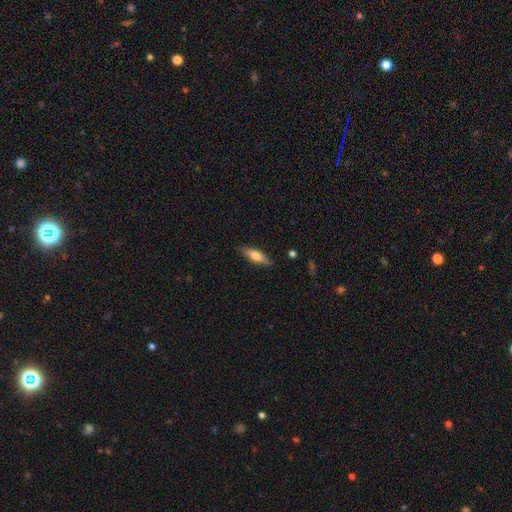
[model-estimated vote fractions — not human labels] Smooth or featured? smooth (57%)
How rounded? cigar-shaped (57%)
Merging? none (85%)